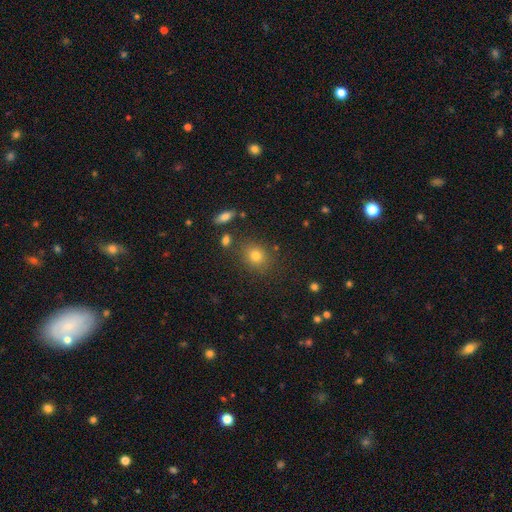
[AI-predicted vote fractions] smooth 77%, star or artifact 14%, featured or disk 9%. Down the decision tree: how rounded — round (67%); merging — none (81%).